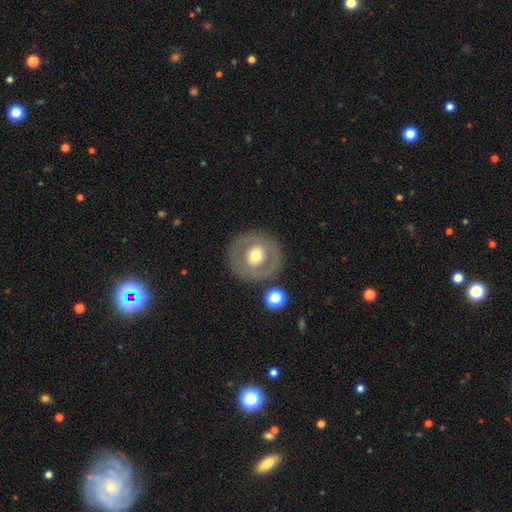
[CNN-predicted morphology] Smooth or featured? smooth (47%)
Merging? none (84%)